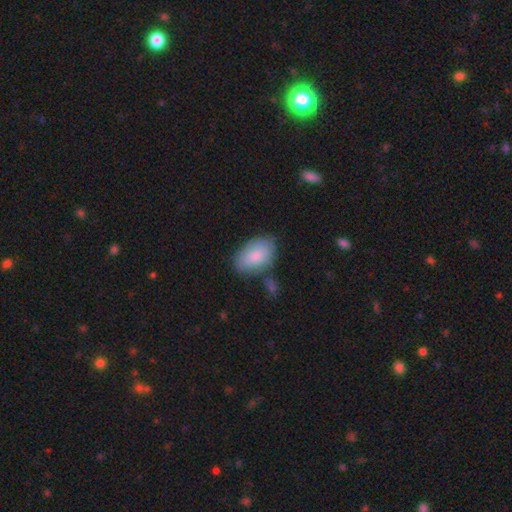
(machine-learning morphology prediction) smooth-or-featured: smooth: 83% | featured or disk: 12% | star or artifact: 6%
  how-rounded: in between: 92% | round: 6% | cigar-shaped: 1%
  merging: none: 65% | minor disturbance: 21% | merger: 8% | major disturbance: 6%